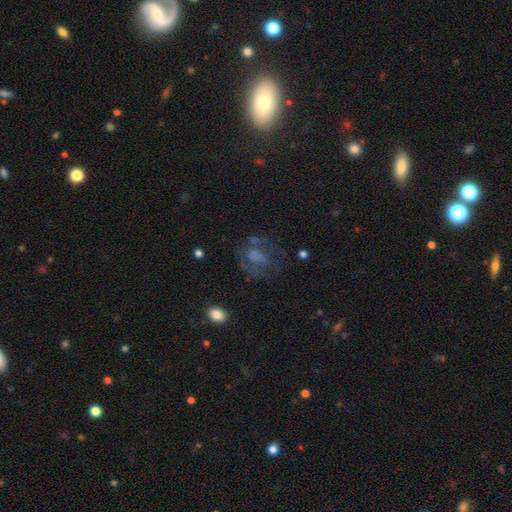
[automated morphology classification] Smooth or featured: featured or disk — 54% (smooth — 24%)
Edge-on disk: no — 96% (yes — 4%)
Bar: no — 55% (weak — 34%)
Spiral arms: yes — 65% (no — 35%)
Bulge size: none — 36% (moderate — 26%)
Merging: none — 59% (major disturbance — 20%)